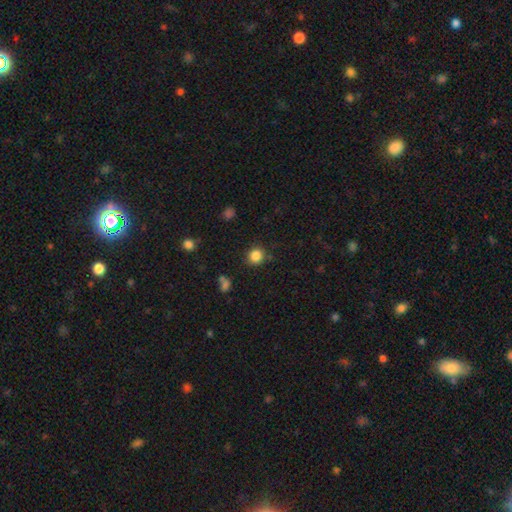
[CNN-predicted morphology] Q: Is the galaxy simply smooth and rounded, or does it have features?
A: smooth — 85%.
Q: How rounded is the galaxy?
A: round — 85%.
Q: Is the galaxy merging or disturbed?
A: none — 86%.